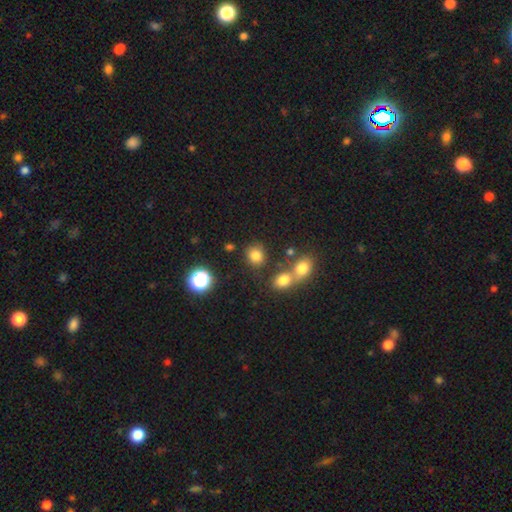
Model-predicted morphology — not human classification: This is likely a smooth galaxy (79%). How rounded: likely round (76%). Merging: likely none (72%).